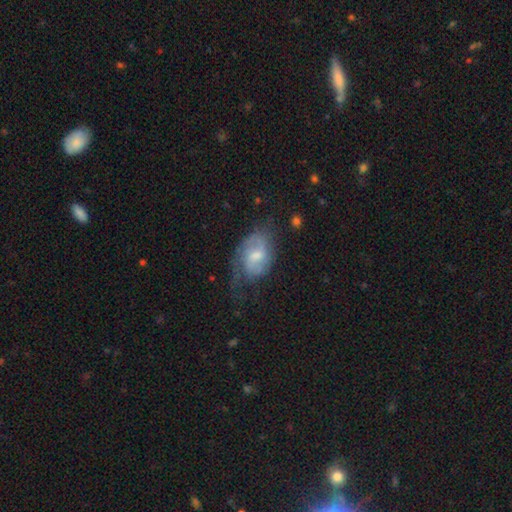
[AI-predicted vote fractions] Q: Smooth or featured?
A: featured or disk (66%); runner-up: smooth (27%)
Q: Edge-on disk?
A: no (96%); runner-up: yes (4%)
Q: Bar?
A: weak (54%); runner-up: no (36%)
Q: Spiral arms?
A: yes (85%); runner-up: no (15%)
Q: Spiral winding?
A: medium (44%); runner-up: loose (28%)
Q: Spiral arm count?
A: 2 (59%); runner-up: can't tell (21%)
Q: Bulge size?
A: moderate (50%); runner-up: small (36%)
Q: Merging?
A: none (45%); runner-up: minor disturbance (29%)